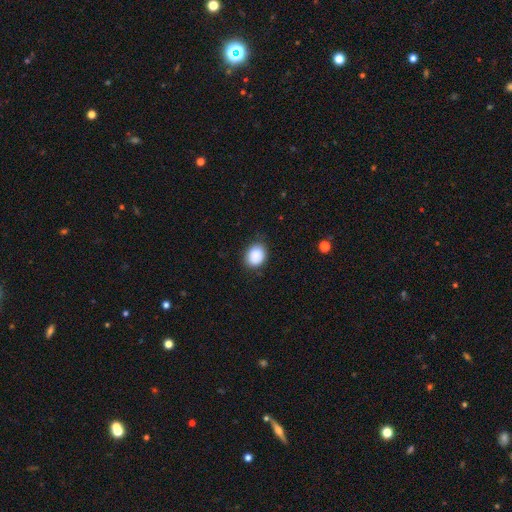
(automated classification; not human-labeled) Morphology: type=smooth (89%); roundness=in between (50%); merging=none (81%).